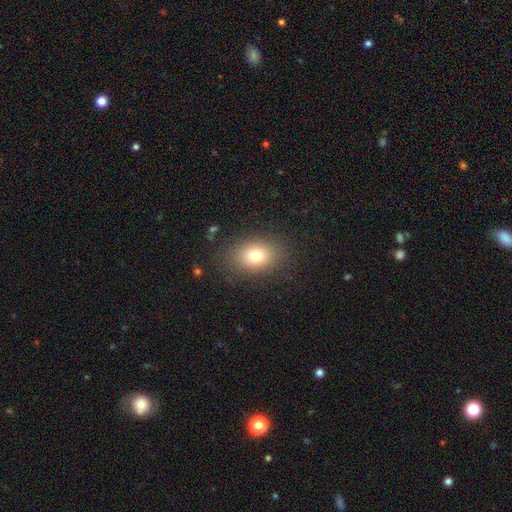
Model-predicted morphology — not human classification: This is likely a smooth galaxy (77%). How rounded: likely in between (70%). Merging: clearly none (84%).